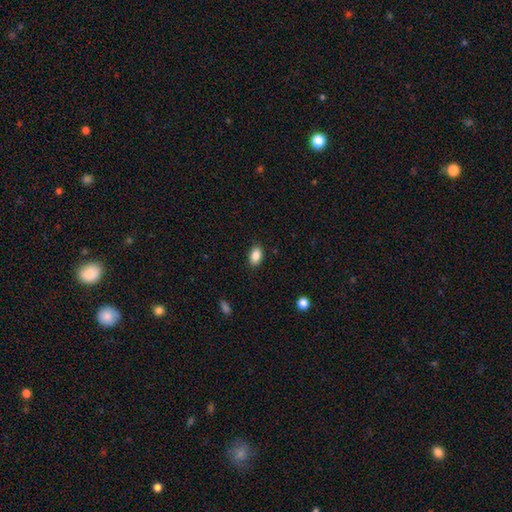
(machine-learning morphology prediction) smooth 87%, star or artifact 8%, featured or disk 5%. Down the decision tree: how rounded — in between (88%); merging — none (88%).